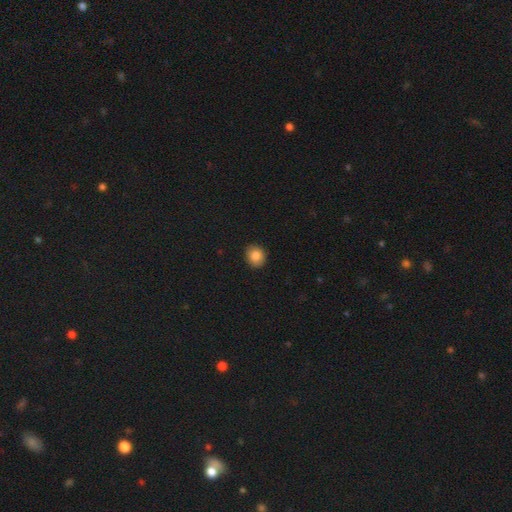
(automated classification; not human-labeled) A smooth galaxy with no disk features (84%) that is round (71%). Merging: none (89%).